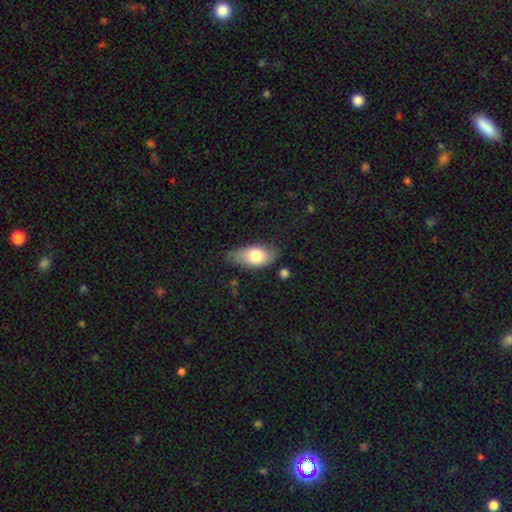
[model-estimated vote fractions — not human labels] Q: Smooth or featured?
A: smooth (76%); runner-up: featured or disk (18%)
Q: How rounded?
A: in between (90%); runner-up: round (5%)
Q: Merging?
A: none (63%); runner-up: minor disturbance (28%)